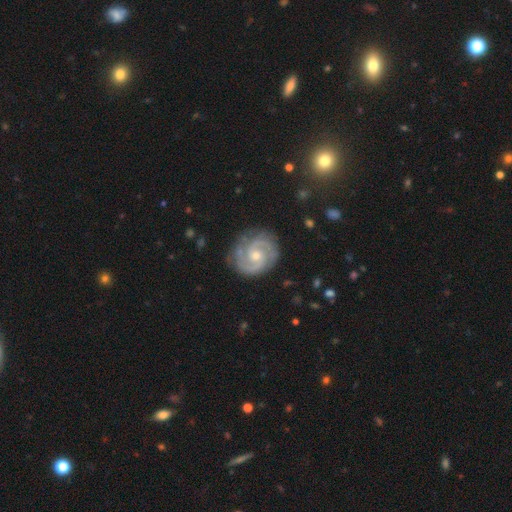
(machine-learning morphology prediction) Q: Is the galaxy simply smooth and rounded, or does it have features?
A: featured or disk — 89%.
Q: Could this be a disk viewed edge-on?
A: no — 98%.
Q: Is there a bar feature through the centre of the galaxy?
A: no — 59%.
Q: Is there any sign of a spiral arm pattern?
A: yes — 98%.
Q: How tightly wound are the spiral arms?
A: tight — 49%.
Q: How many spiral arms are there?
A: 2 — 85%.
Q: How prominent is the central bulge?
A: small — 49%.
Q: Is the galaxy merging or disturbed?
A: none — 83%.